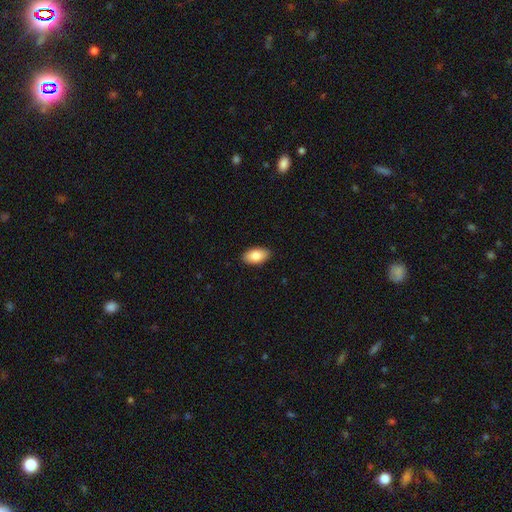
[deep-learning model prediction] The model was most divided on "smooth or featured": smooth: 85%, featured or disk: 9%, star or artifact: 7%. More confident: how rounded — in between (94%); merging — none (89%).